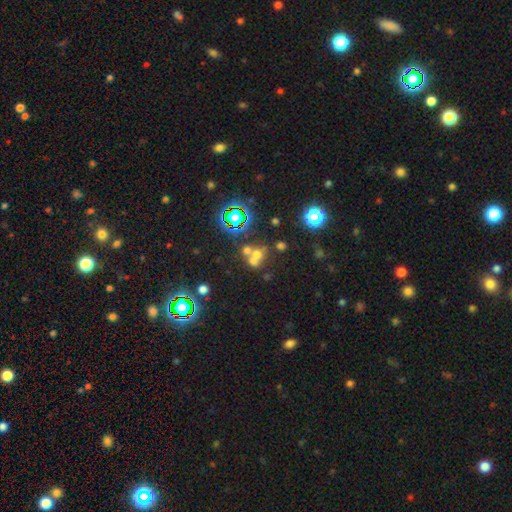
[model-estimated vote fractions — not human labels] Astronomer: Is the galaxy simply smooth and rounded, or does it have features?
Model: smooth — 49% (runner-up: star or artifact, 30%).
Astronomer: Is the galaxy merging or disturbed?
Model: merger — 54% (runner-up: none, 32%).